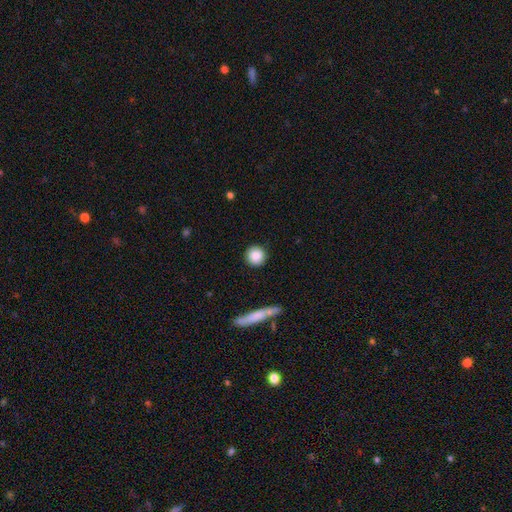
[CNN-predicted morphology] Smooth or featured?
  - smooth: 87% *
  - star or artifact: 8%
  - featured or disk: 5%
How rounded?
  - round: 92% *
  - in between: 6%
  - cigar-shaped: 2%
Merging?
  - none: 89% *
  - minor disturbance: 7%
  - major disturbance: 2%
  - merger: 2%